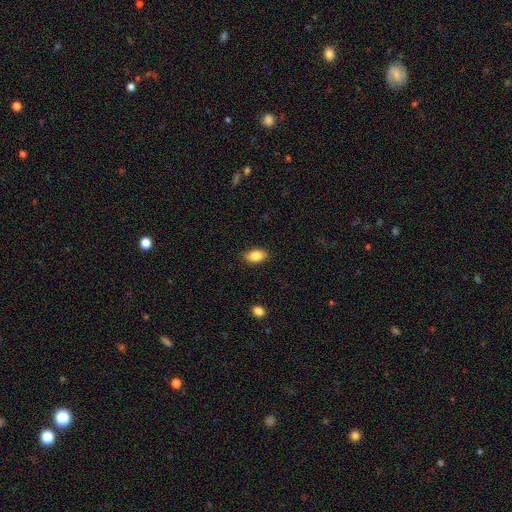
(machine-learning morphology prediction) A smooth galaxy with no disk features (85%) that is in between round and cigar-shaped (90%). Merging: none (86%).